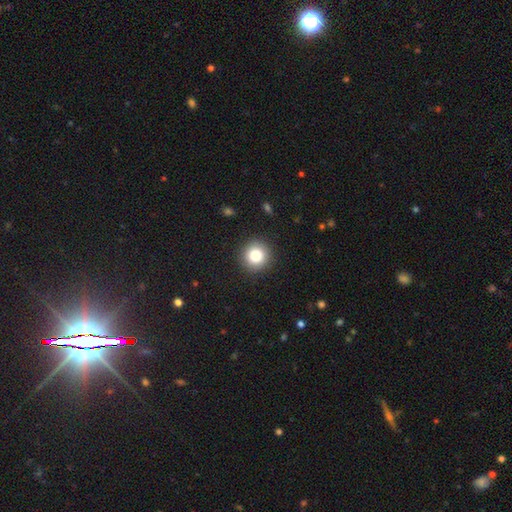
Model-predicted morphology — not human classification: Smooth or featured? smooth (83%)
How rounded? round (94%)
Merging? none (91%)